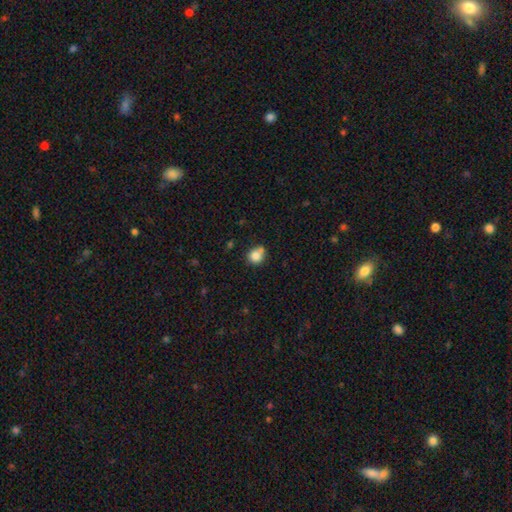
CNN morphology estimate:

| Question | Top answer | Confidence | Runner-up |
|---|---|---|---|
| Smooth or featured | smooth | 82% | star or artifact (10%) |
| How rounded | round | 80% | in between (19%) |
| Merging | none | 57% | merger (19%) |